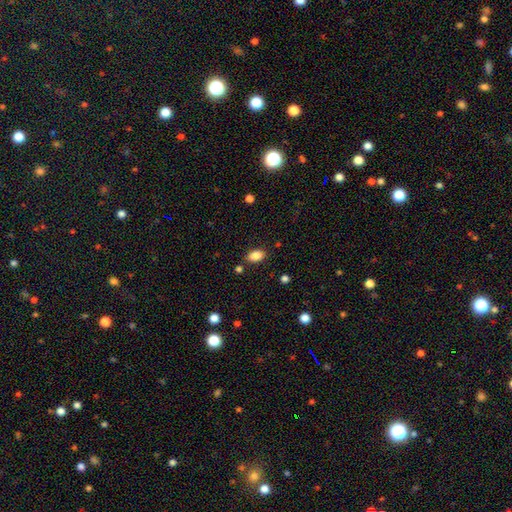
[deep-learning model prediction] This is clearly a smooth galaxy (86%). How rounded: clearly in between (90%). Merging: clearly none (84%).